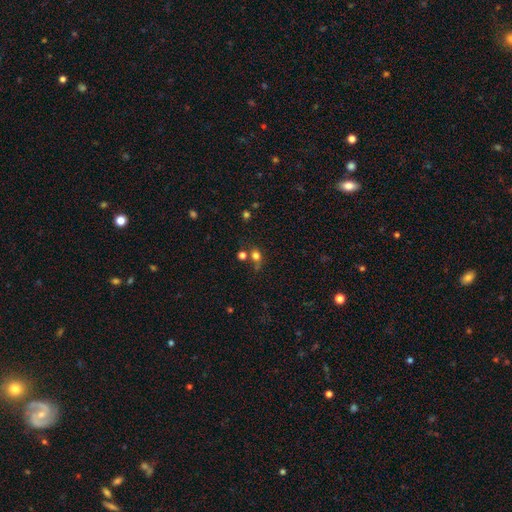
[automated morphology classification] Smooth or featured: smooth — 72% (star or artifact — 18%)
How rounded: round — 67% (in between — 31%)
Merging: none — 48% (merger — 24%)